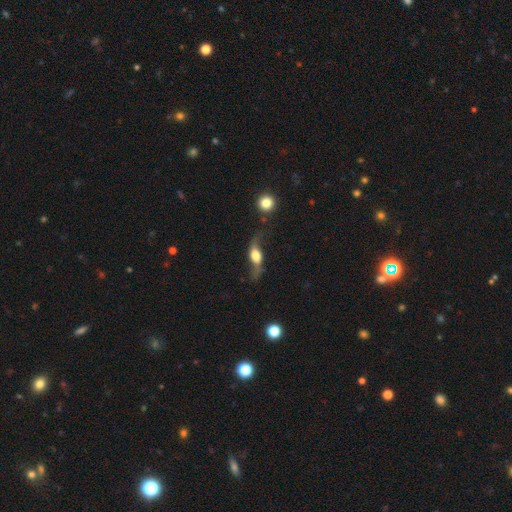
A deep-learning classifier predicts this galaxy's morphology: A featured or disk galaxy (63%). Merging: none (49%).